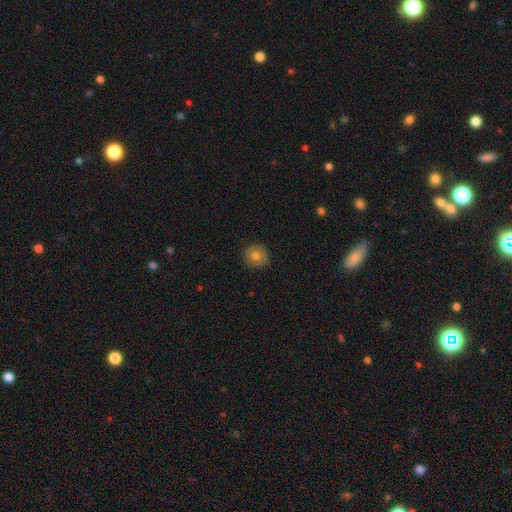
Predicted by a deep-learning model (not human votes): Overall: smooth (75%). How rounded: round (92%). Merging: none (90%).